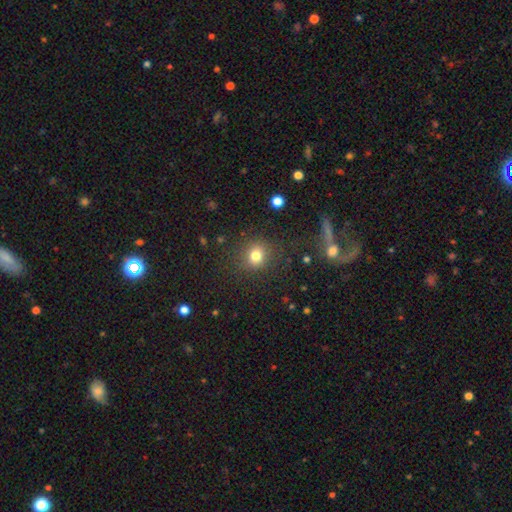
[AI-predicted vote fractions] The model was most divided on "how rounded": round: 81%, in between: 18%, cigar-shaped: 1%. More confident: merging — none (84%); smooth or featured — smooth (78%).